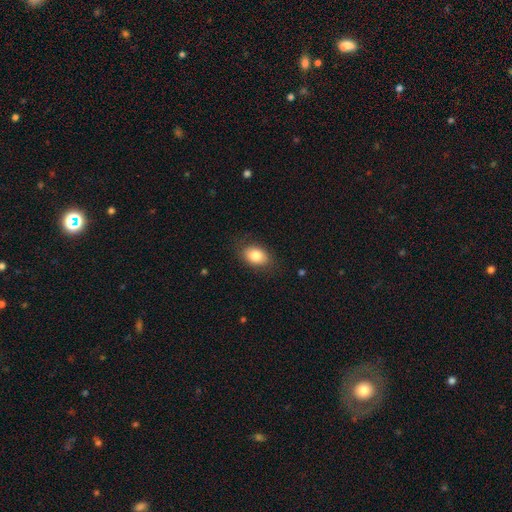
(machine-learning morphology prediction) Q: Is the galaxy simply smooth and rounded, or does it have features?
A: smooth — 83%.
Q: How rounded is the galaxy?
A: in between — 82%.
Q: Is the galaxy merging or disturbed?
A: none — 82%.